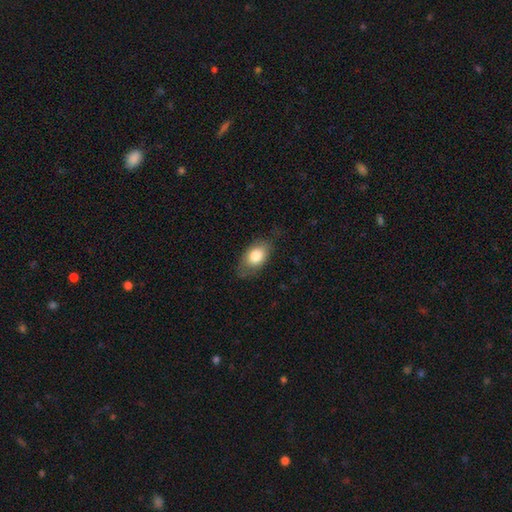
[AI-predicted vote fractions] Smooth or featured? smooth (79%)
How rounded? in between (88%)
Merging? none (68%)